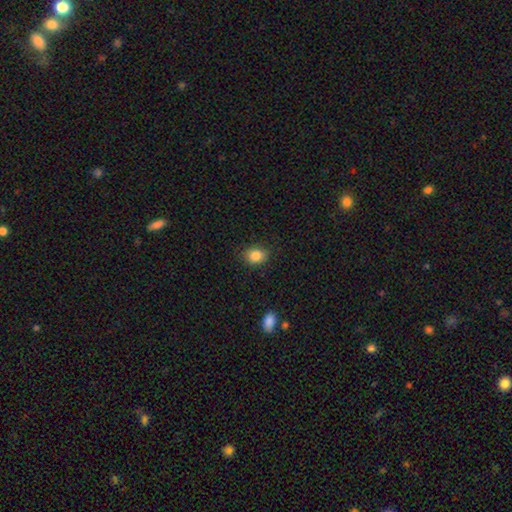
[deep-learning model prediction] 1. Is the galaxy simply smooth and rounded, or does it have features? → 85% smooth, 9% star or artifact, 6% featured or disk.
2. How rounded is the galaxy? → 54% in between, 45% round, 1% cigar-shaped.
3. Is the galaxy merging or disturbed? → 85% none, 11% minor disturbance, 3% major disturbance, 1% merger.